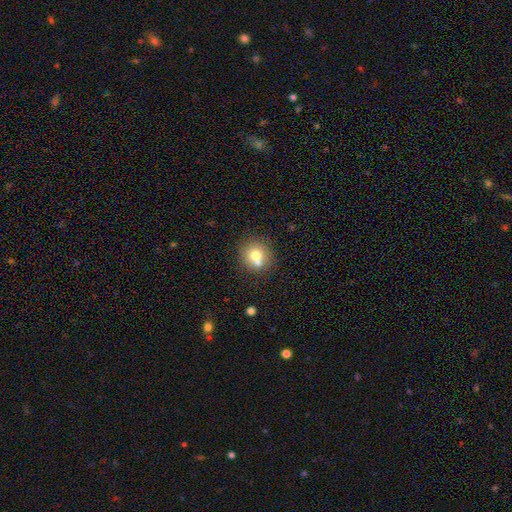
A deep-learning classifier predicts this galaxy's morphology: smooth 72%, featured or disk 17%, star or artifact 11%. Down the decision tree: how rounded — round (88%); merging — none (59%).